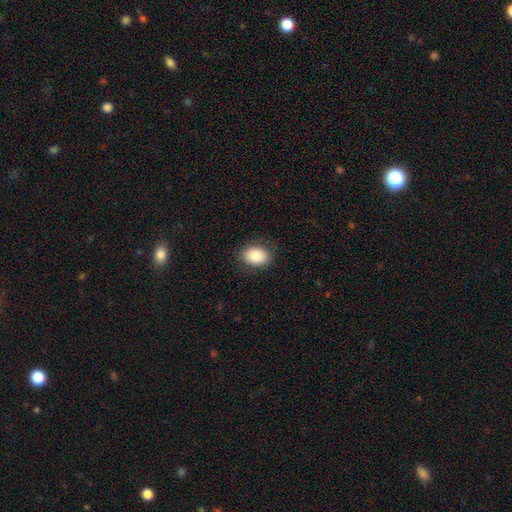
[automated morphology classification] smooth_or_featured: smooth (p=0.86) [alt: star or artifact p=0.08]
how_rounded: in between (p=0.74) [alt: round p=0.25]
merging: none (p=0.86) [alt: minor disturbance p=0.10]